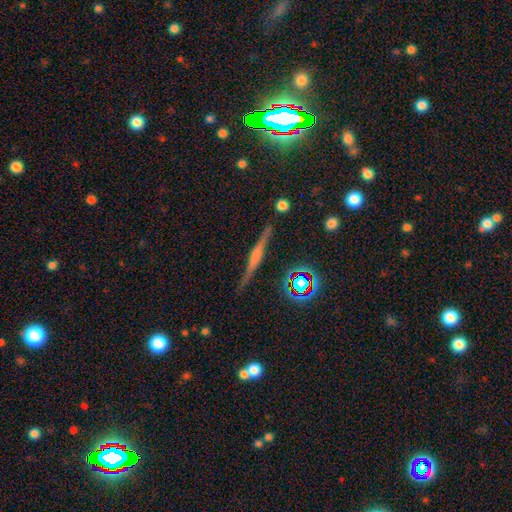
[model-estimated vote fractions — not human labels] smooth-or-featured: featured or disk: 65% | smooth: 20% | star or artifact: 15%
  disk-edge-on: yes: 96% | no: 4%
    edge-on-bulge: rounded: 50% | boxy: 27% | none: 23%
  merging: none: 85% | minor disturbance: 10% | major disturbance: 3% | merger: 2%